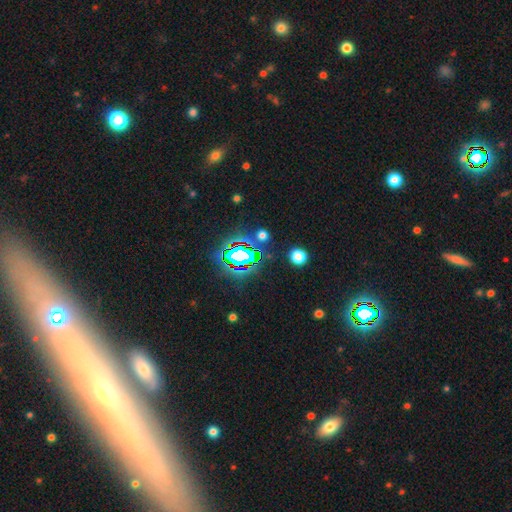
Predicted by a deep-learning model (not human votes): This is marginally a star or artifact rather than a galaxy (41%).